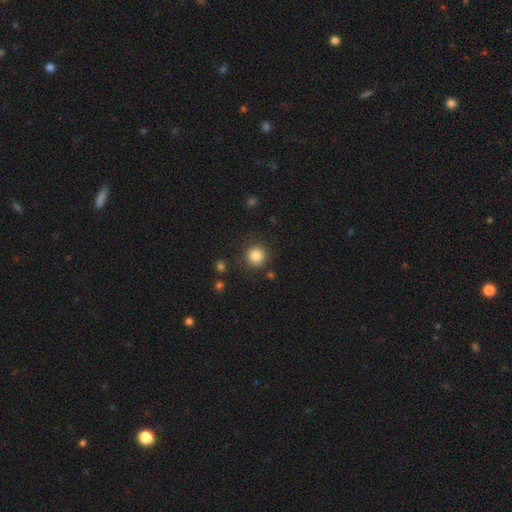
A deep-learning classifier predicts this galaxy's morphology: Smooth or featured: smooth — 84% (star or artifact — 10%)
How rounded: round — 94% (in between — 5%)
Merging: none — 87% (minor disturbance — 8%)